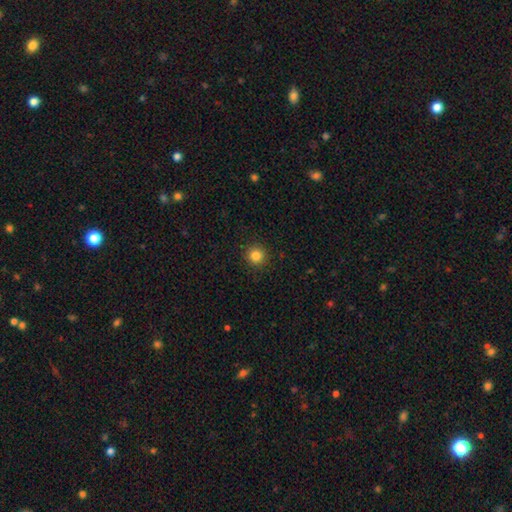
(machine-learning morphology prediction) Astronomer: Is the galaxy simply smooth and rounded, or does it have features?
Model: smooth — 83%.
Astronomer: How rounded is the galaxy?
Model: round — 94%.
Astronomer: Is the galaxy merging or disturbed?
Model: none — 92%.